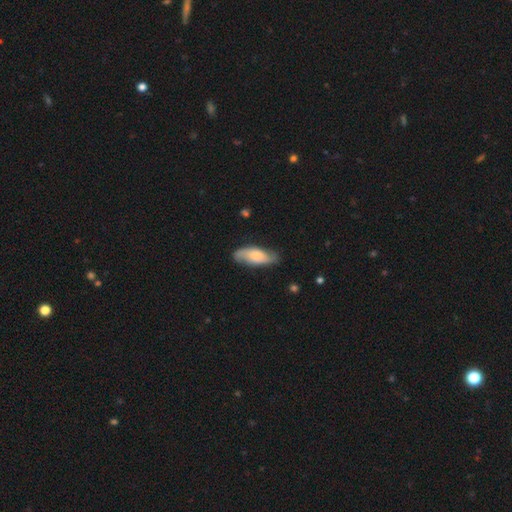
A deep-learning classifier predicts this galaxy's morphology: Overall: smooth (52%; featured or disk 42%). How rounded: in between (76%). Merging: none (74%).